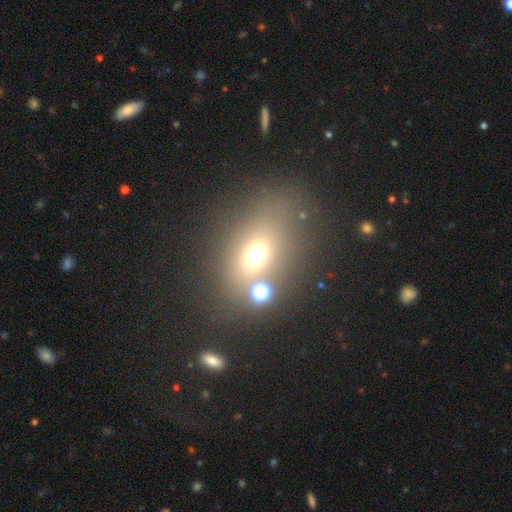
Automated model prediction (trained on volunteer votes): A smooth galaxy with no disk features (59%) that is in between round and cigar-shaped (57%).

Vote fractions:
- Smooth or featured? smooth: 59% / star or artifact: 24% / featured or disk: 17%
- How rounded? in between: 57% / round: 40% / cigar-shaped: 3%
- Merging? none: 61% / merger: 17% / minor disturbance: 13% / major disturbance: 9%